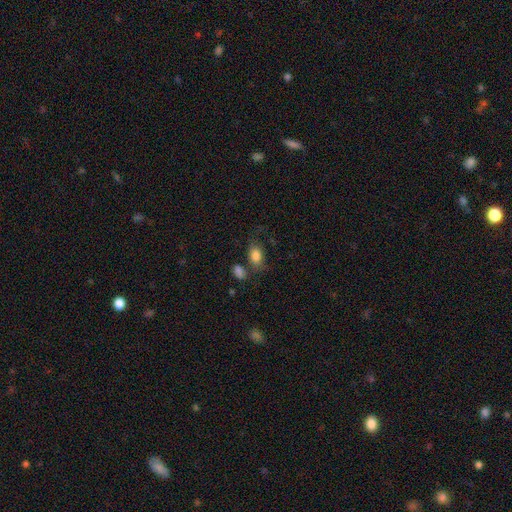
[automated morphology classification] Overall: smooth (80%). How rounded: in between (85%). Merging: none (52%; minor disturbance 22%).